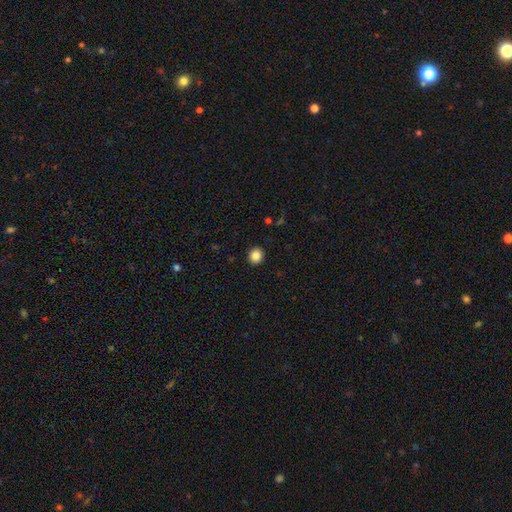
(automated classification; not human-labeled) smooth 85%, star or artifact 10%, featured or disk 4%. Down the decision tree: how rounded — round (88%); merging — none (93%).